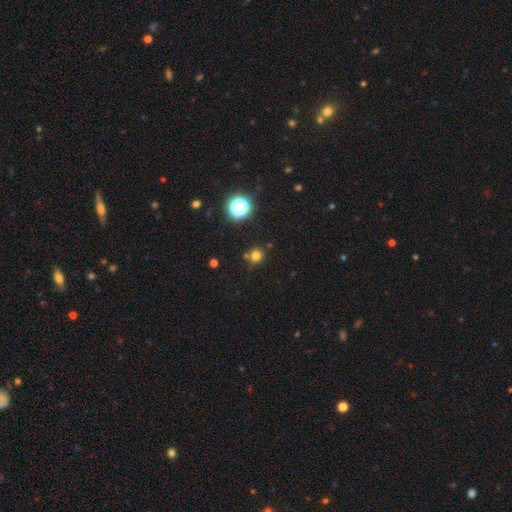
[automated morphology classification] Smooth or featured? Predicted: smooth (p=0.74). How rounded? Predicted: round (p=0.91). Merging? Predicted: none (p=0.78).